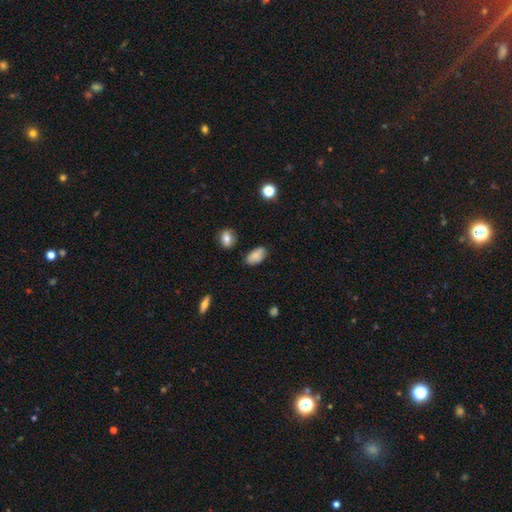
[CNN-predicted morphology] The model was most divided on "merging": none: 78%, minor disturbance: 16%, major disturbance: 3%, merger: 3%. More confident: how rounded — in between (92%); smooth or featured — smooth (81%).